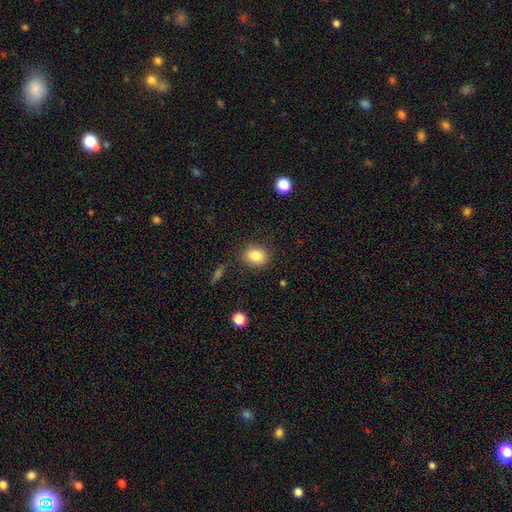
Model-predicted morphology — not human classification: Q: Smooth or featured?
A: smooth (83%); runner-up: star or artifact (9%)
Q: How rounded?
A: round (53%); runner-up: in between (45%)
Q: Merging?
A: none (83%); runner-up: minor disturbance (11%)